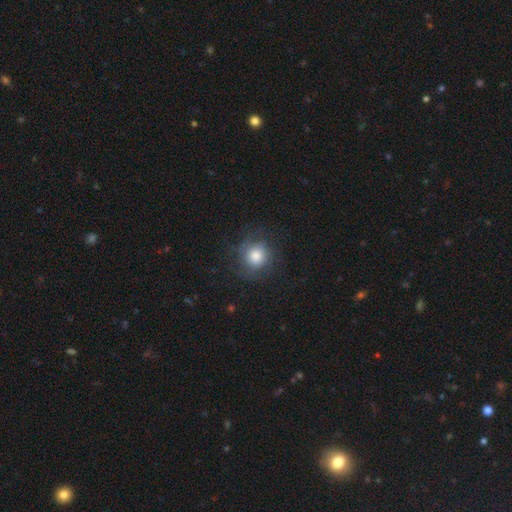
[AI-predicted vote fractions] Smooth or featured? Predicted: smooth (p=0.72). How rounded? Predicted: round (p=0.88). Merging? Predicted: none (p=0.70).